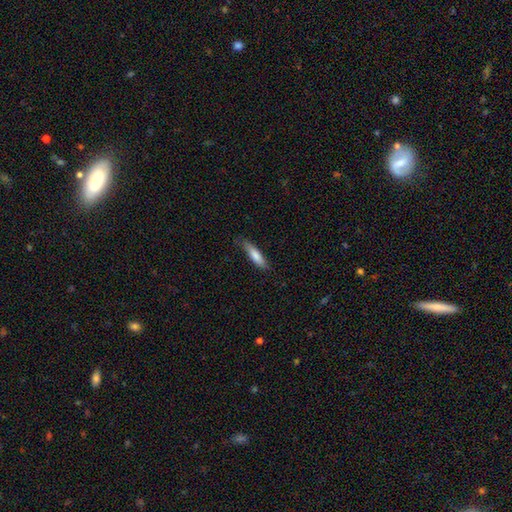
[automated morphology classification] smooth-or-featured: smooth: 78% | featured or disk: 17% | star or artifact: 6%
  how-rounded: cigar-shaped: 71% | in between: 27% | round: 1%
  merging: none: 72% | minor disturbance: 22% | major disturbance: 4% | merger: 1%